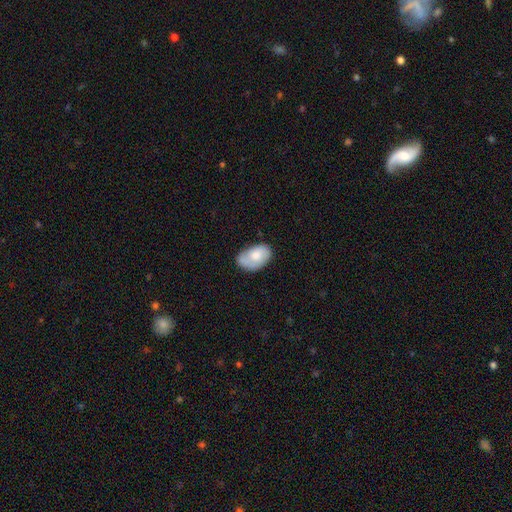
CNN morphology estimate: smooth-or-featured: smooth: 69% | featured or disk: 24% | star or artifact: 6%
  how-rounded: in between: 90% | round: 9% | cigar-shaped: 1%
  merging: none: 47% | minor disturbance: 34% | major disturbance: 12% | merger: 7%